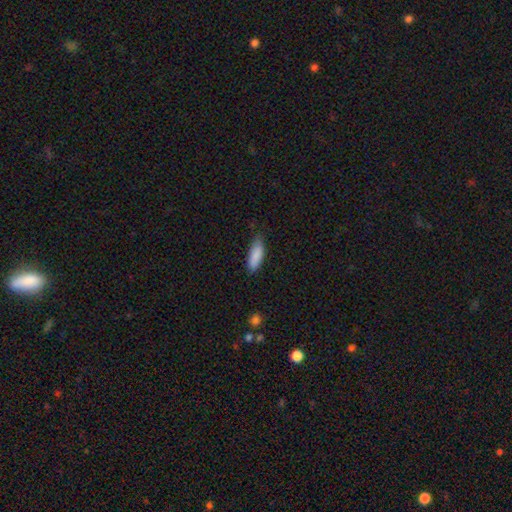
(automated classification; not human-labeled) Smooth or featured? smooth (88%)
How rounded? in between (61%)
Merging? none (75%)